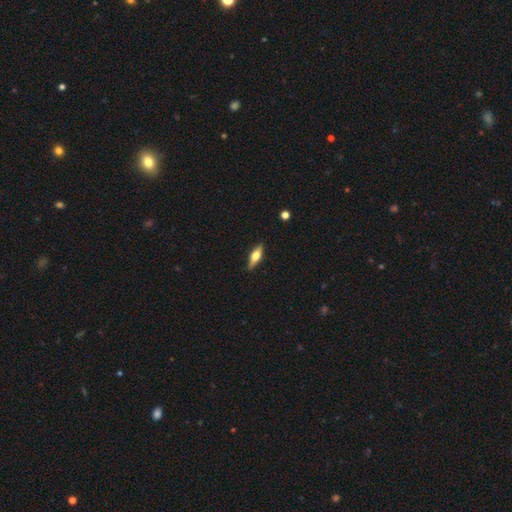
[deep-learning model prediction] This is possibly a featured or disk galaxy (49%). Merging: clearly none (88%).